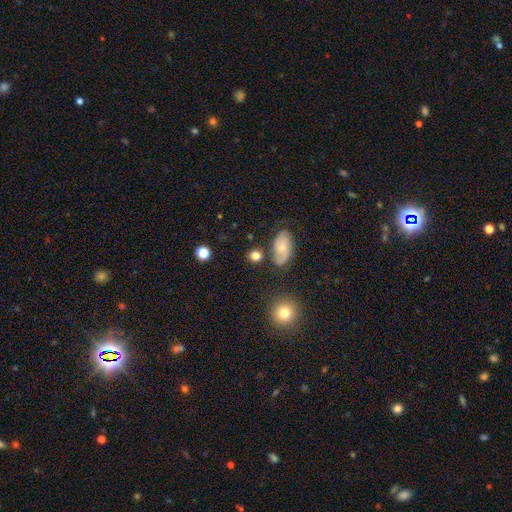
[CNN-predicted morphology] smooth 72%, featured or disk 16%, star or artifact 12%. Down the decision tree: how rounded — round (70%); merging — none (73%).